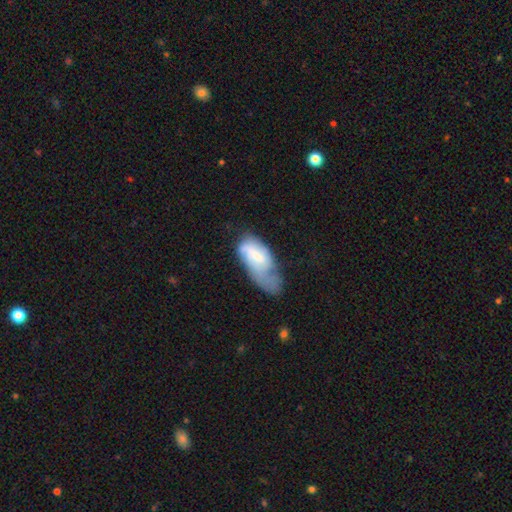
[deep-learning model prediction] Morphology: type=featured or disk (47%); merging=major disturbance (38%).